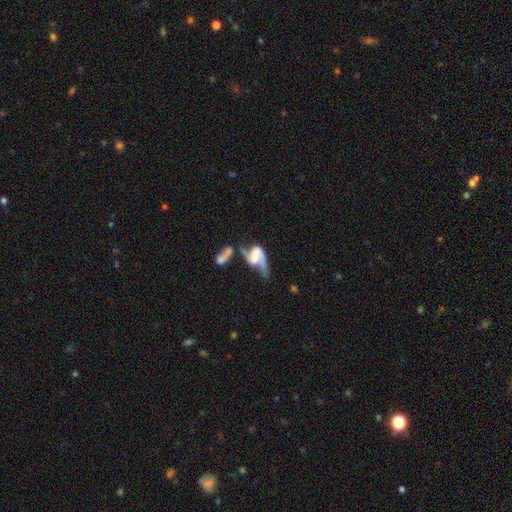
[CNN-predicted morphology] The model was most divided on "bar": no: 39%, weak: 35%, strong: 26%. Remaining: edge-on disk — no (94%); spiral arms — yes (86%); spiral arm count — 2 (81%); smooth or featured — featured or disk (74%); spiral winding — loose (64%); bulge size — none (44%); merging — merger (41%).